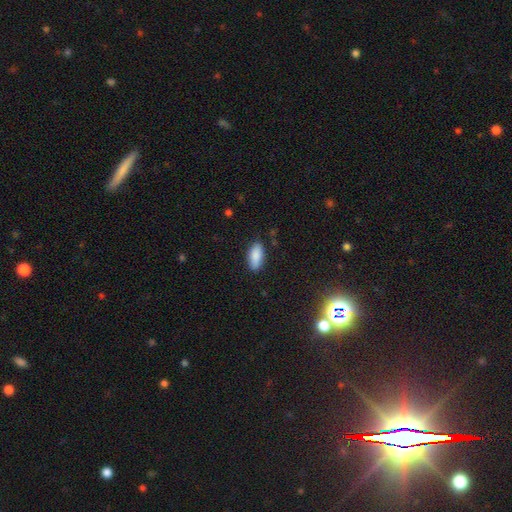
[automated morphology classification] smooth_or_featured: smooth (p=0.88) [alt: star or artifact p=0.06]
how_rounded: in between (p=0.88) [alt: cigar-shaped p=0.10]
merging: none (p=0.84) [alt: minor disturbance p=0.12]